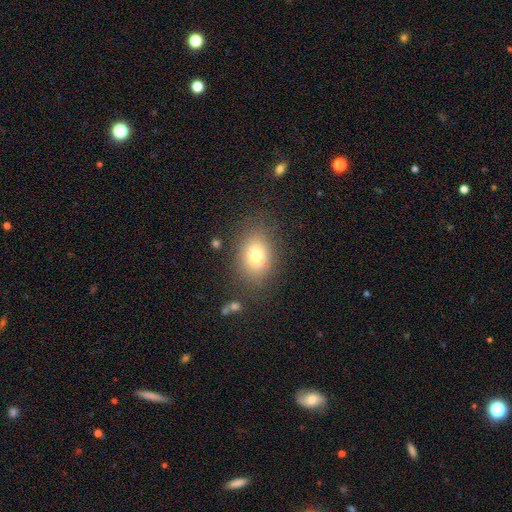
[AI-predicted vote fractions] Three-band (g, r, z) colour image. It shows a smooth galaxy with no disk features (75%) that is in between round and cigar-shaped (73%). Merging: none (80%).